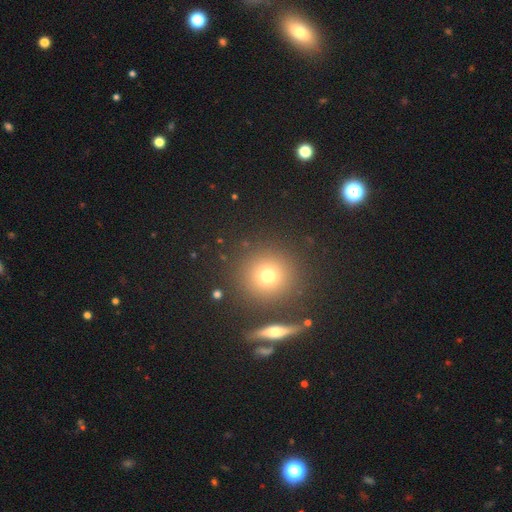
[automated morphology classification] type=smooth (52%); roundness=round (90%); merging=none (84%).